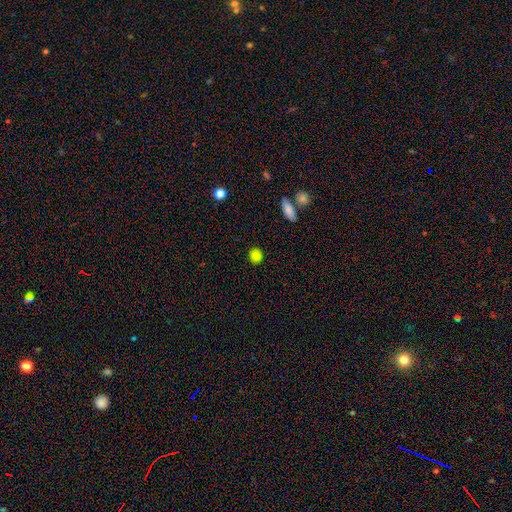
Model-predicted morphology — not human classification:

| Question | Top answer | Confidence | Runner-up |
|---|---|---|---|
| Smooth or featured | smooth | 84% | star or artifact (12%) |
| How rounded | round | 79% | in between (20%) |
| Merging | none | 89% | minor disturbance (7%) |